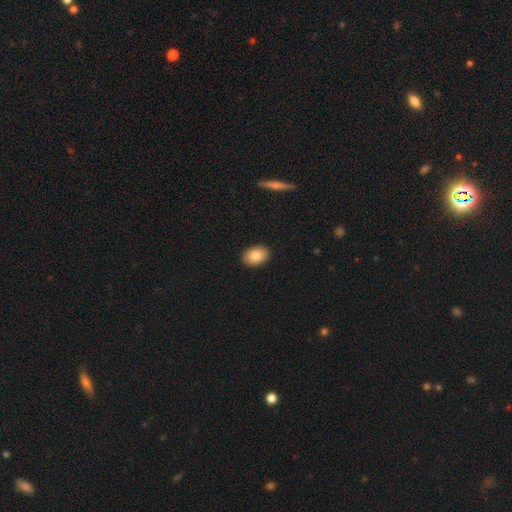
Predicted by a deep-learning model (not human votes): The model was most divided on "how rounded": in between: 82%, round: 17%, cigar-shaped: 1%. More confident: merging — none (91%); smooth or featured — smooth (85%).